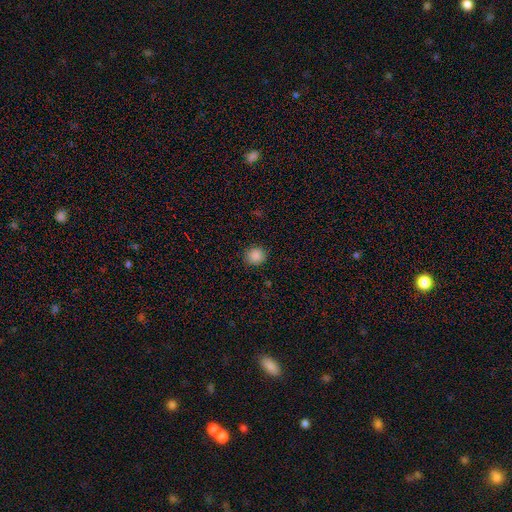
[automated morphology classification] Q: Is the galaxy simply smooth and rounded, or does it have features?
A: smooth — 87%.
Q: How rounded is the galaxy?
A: round — 88%.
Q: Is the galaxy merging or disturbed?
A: none — 89%.